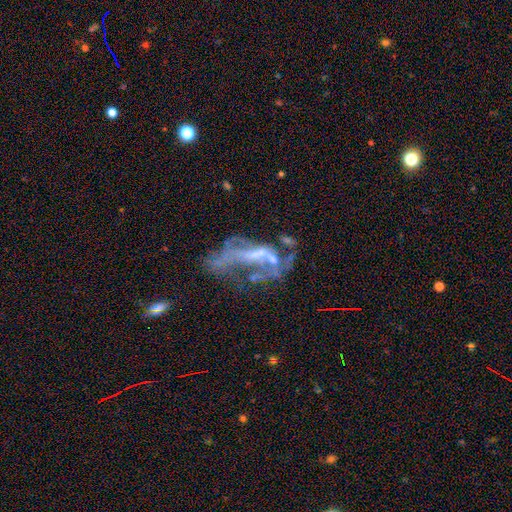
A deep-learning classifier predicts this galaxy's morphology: Smooth or featured?
  - featured or disk: 67% *
  - star or artifact: 17%
  - smooth: 16%
Edge-on disk?
  - no: 91% *
  - yes: 9%
Bar?
  - no: 59% *
  - weak: 22%
  - strong: 18%
Spiral arms?
  - no: 72% *
  - yes: 28%
Bulge size?
  - none: 52% *
  - small: 25%
  - moderate: 18%
  - large: 3%
  - dominant: 1%
Merging?
  - major disturbance: 41% *
  - none: 24%
  - merger: 22%
  - minor disturbance: 13%